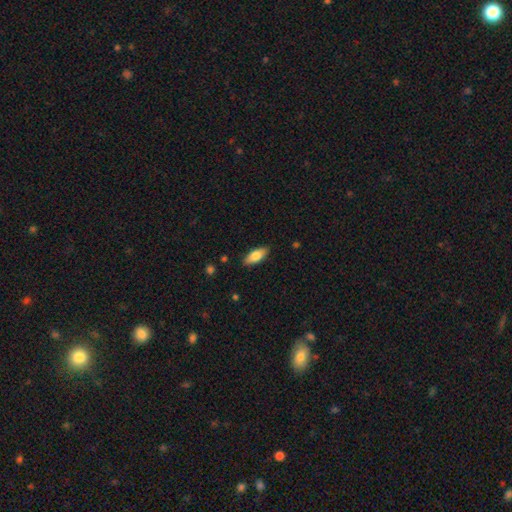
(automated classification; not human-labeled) Smooth or featured: smooth — 77% (featured or disk — 17%)
How rounded: in between — 80% (cigar-shaped — 18%)
Merging: none — 87% (minor disturbance — 10%)